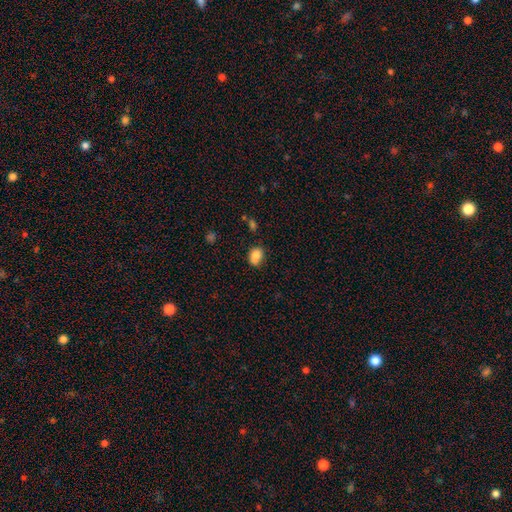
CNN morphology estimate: smooth 84%, star or artifact 9%, featured or disk 7%. Down the decision tree: how rounded — in between (75%); merging — none (66%).